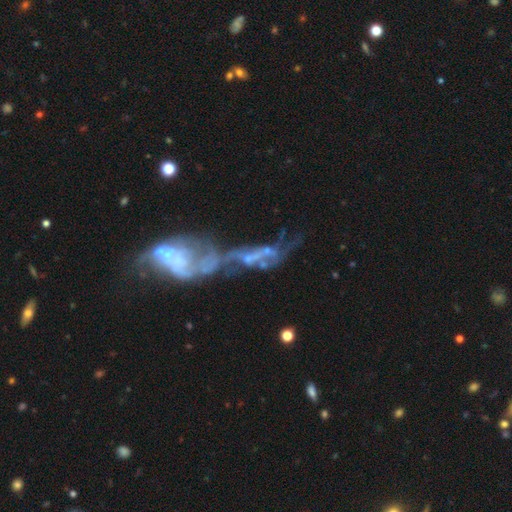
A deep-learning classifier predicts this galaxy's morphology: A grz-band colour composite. It shows a featured or disk galaxy (64%) with no bar (73%), no spiral arms (60%) and no central bulge (51%). Merging: merger (74%).